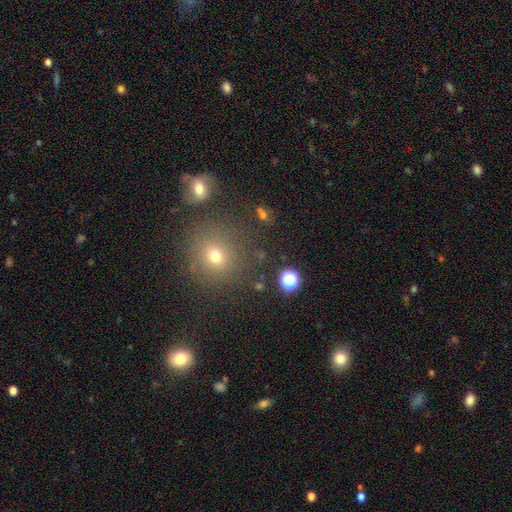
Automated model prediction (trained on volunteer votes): smooth 54%, star or artifact 37%, featured or disk 10%. Down the decision tree: how rounded — round (92%); merging — none (84%).